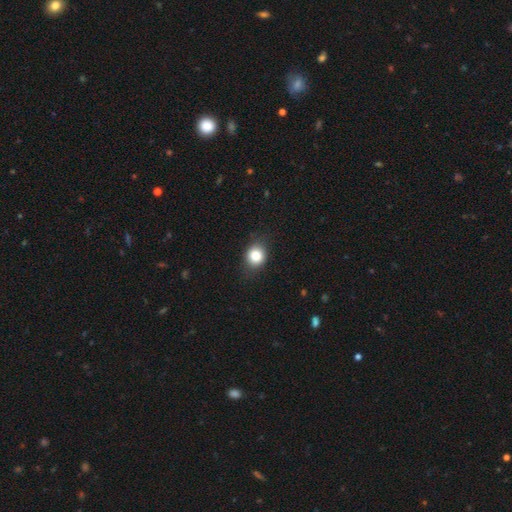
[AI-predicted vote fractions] A smooth galaxy with no disk features (82%) that is round (67%).

Vote fractions:
- Smooth or featured? smooth: 82% / star or artifact: 10% / featured or disk: 8%
- How rounded? round: 67% / in between: 32% / cigar-shaped: 1%
- Merging? none: 82% / minor disturbance: 14% / major disturbance: 3% / merger: 1%